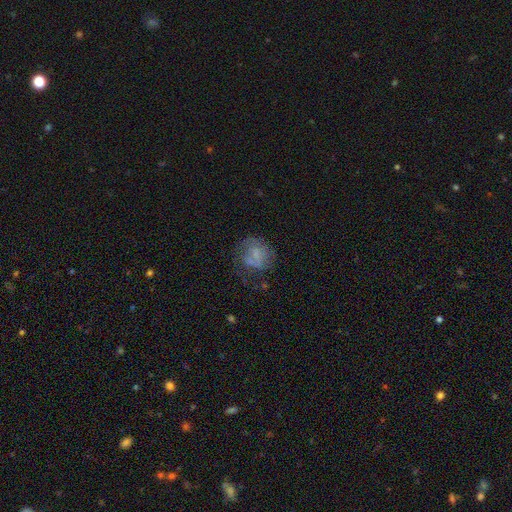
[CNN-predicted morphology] The model was most divided on "smooth or featured": smooth: 51%, featured or disk: 37%, star or artifact: 11%. Remaining: how rounded — round (73%); merging — none (47%).